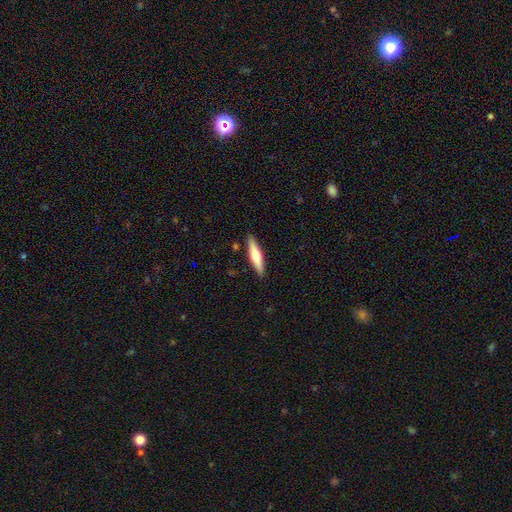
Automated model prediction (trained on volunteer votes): The model was most divided on "smooth or featured": smooth: 57%, featured or disk: 37%, star or artifact: 5%. More confident: merging — none (89%); how rounded — cigar-shaped (78%).